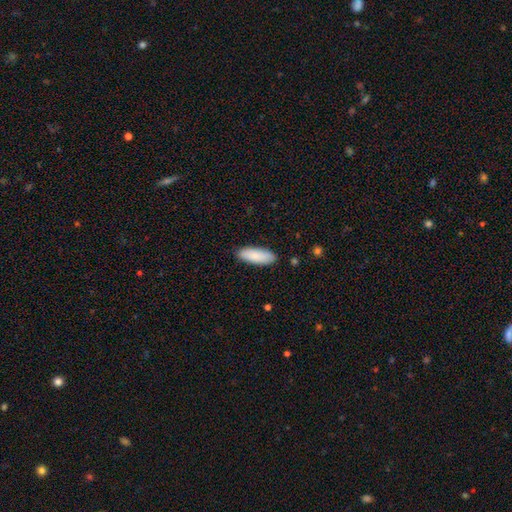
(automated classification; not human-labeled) Smooth or featured: smooth — 87% (featured or disk — 7%)
How rounded: in between — 69% (cigar-shaped — 29%)
Merging: none — 88% (minor disturbance — 9%)